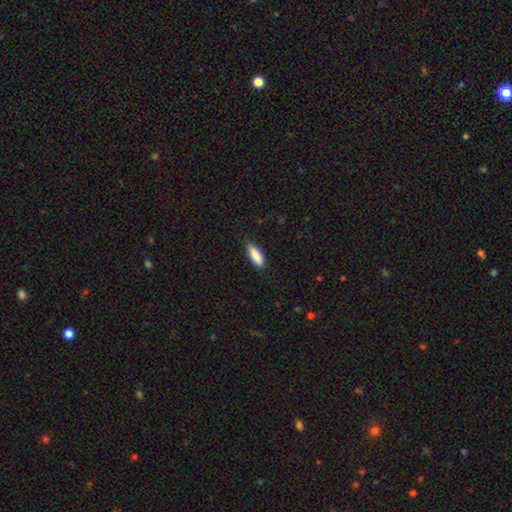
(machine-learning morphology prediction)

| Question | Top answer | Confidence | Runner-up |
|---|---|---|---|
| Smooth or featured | smooth | 88% | star or artifact (6%) |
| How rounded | in between | 71% | cigar-shaped (27%) |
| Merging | none | 79% | minor disturbance (17%) |